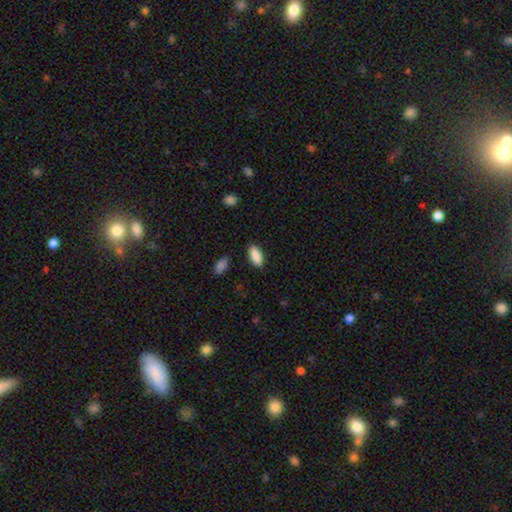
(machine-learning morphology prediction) Smooth or featured?
  - smooth: 90% *
  - star or artifact: 6%
  - featured or disk: 4%
How rounded?
  - in between: 84% *
  - cigar-shaped: 14%
  - round: 2%
Merging?
  - none: 87% *
  - minor disturbance: 9%
  - major disturbance: 2%
  - merger: 1%